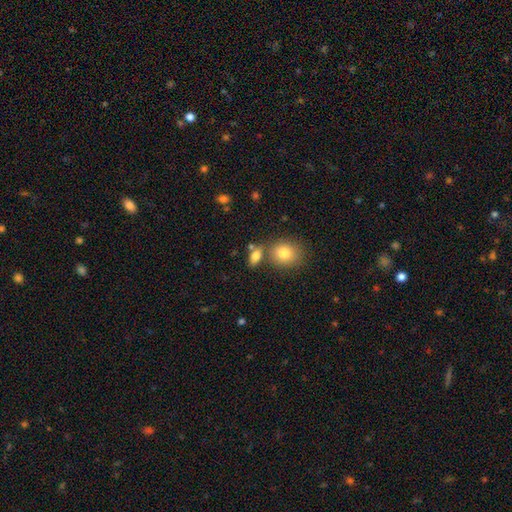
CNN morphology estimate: This is clearly a smooth galaxy (80%). How rounded: likely in between (78%). Merging: likely none (63%).